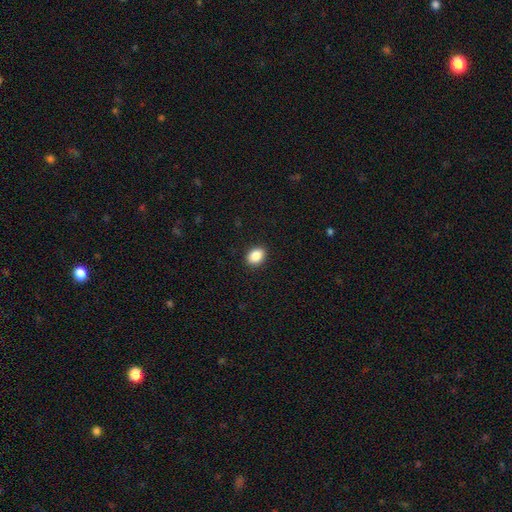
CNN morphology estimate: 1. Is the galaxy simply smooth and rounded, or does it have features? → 87% smooth, 8% star or artifact, 4% featured or disk.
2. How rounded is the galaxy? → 69% in between, 30% round, 1% cigar-shaped.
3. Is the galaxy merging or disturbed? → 90% none, 7% minor disturbance, 2% major disturbance, 1% merger.